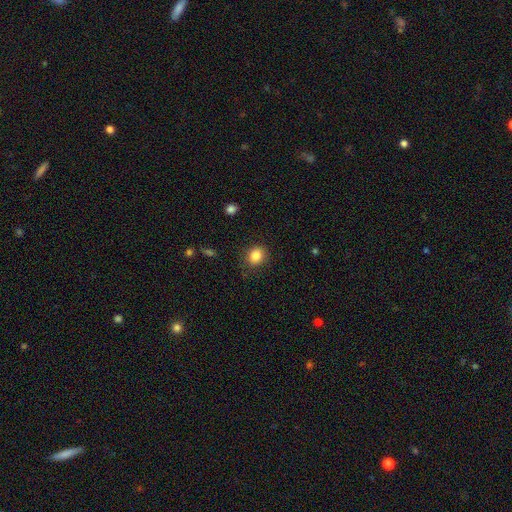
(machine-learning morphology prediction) Smooth or featured? Predicted: smooth (p=0.85). How rounded? Predicted: round (p=0.70). Merging? Predicted: none (p=0.84).